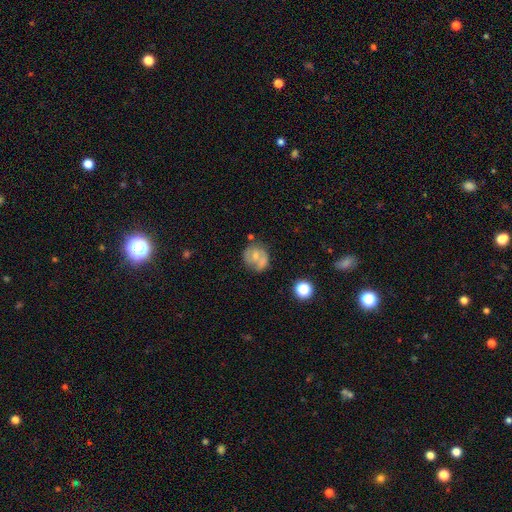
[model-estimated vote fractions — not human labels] A featured or disk galaxy (46%).

Vote fractions:
- Smooth or featured? featured or disk: 46% / smooth: 45% / star or artifact: 9%
- Merging? none: 51% / minor disturbance: 23% / merger: 16% / major disturbance: 11%